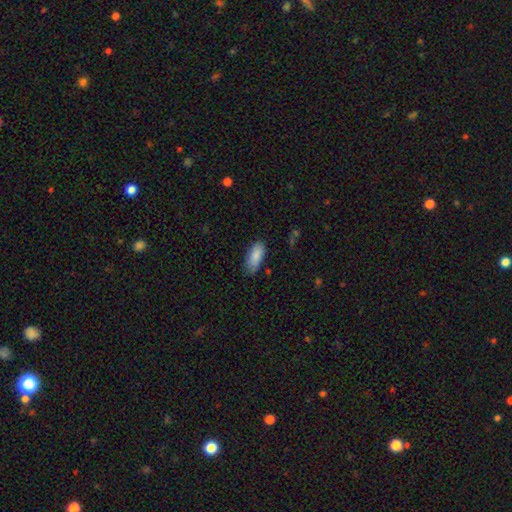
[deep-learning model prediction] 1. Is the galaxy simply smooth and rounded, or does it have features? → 88% smooth, 6% star or artifact, 6% featured or disk.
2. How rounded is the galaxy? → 85% in between, 13% cigar-shaped, 2% round.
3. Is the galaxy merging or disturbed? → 76% none, 19% minor disturbance, 3% major disturbance, 2% merger.